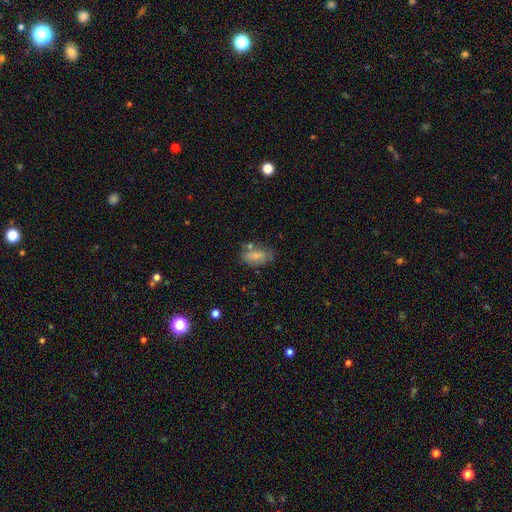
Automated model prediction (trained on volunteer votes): Smooth or featured?
  - smooth: 72% *
  - featured or disk: 19%
  - star or artifact: 9%
How rounded?
  - in between: 85% *
  - cigar-shaped: 9%
  - round: 7%
Merging?
  - none: 56% *
  - minor disturbance: 25%
  - major disturbance: 10%
  - merger: 9%